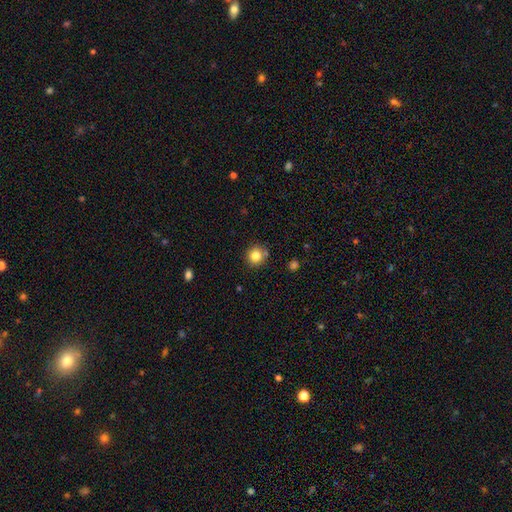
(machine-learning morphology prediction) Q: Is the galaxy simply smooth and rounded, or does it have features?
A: smooth — 82%.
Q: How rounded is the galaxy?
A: round — 93%.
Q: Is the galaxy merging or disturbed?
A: none — 81%.